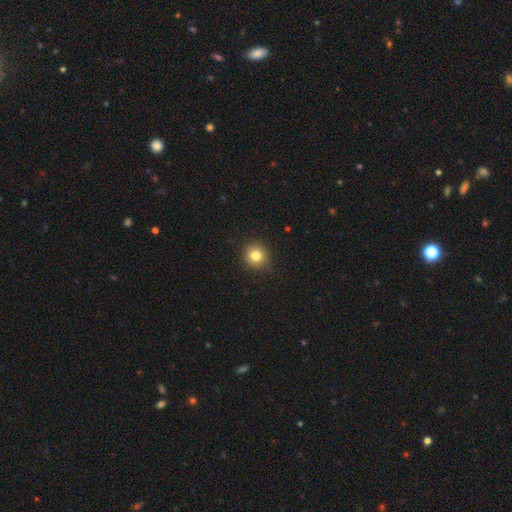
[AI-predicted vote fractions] Smooth or featured?
  - smooth: 82% *
  - star or artifact: 11%
  - featured or disk: 7%
How rounded?
  - round: 93% *
  - in between: 6%
  - cigar-shaped: 1%
Merging?
  - none: 89% *
  - minor disturbance: 8%
  - major disturbance: 2%
  - merger: 1%